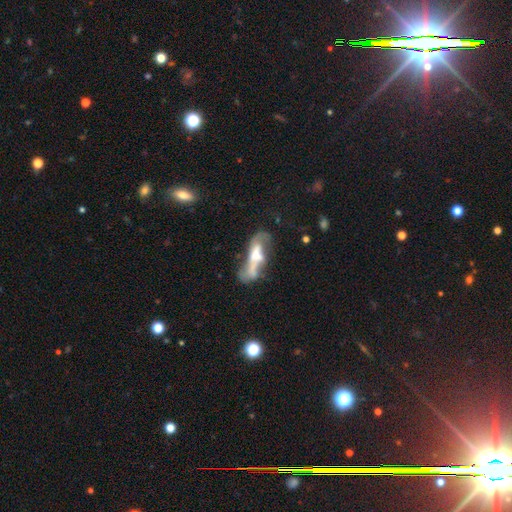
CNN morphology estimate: Overall: featured or disk (58%; smooth 33%). Edge-on disk: no (78%). Merging: major disturbance (31%; merger 26%).